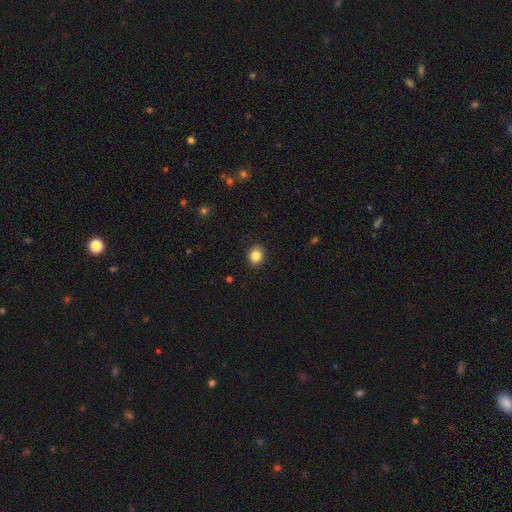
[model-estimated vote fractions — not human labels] A smooth galaxy with no disk features (85%) that is round (72%). Merging: none (91%).